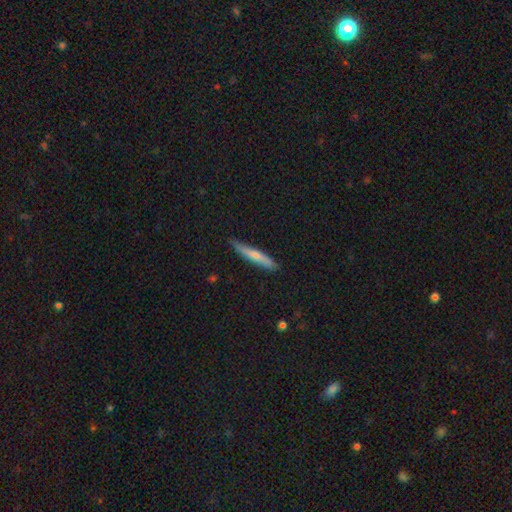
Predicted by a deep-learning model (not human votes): smooth_or_featured: smooth (p=0.61) [alt: featured or disk p=0.33]
how_rounded: cigar-shaped (p=0.91) [alt: in between p=0.07]
merging: none (p=0.81) [alt: minor disturbance p=0.15]